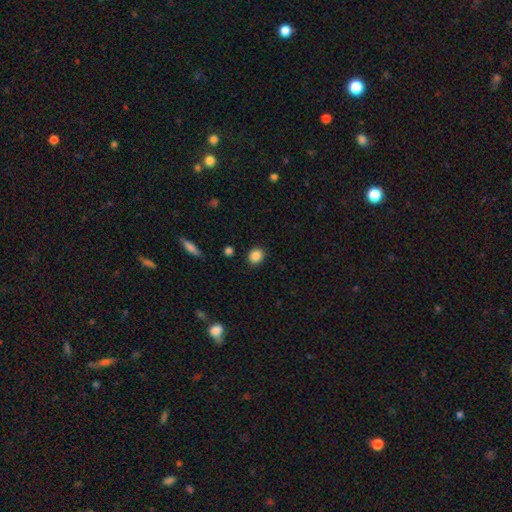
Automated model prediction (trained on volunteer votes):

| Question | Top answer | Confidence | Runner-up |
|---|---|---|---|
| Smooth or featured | smooth | 87% | star or artifact (9%) |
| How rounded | round | 70% | in between (29%) |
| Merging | none | 89% | minor disturbance (7%) |